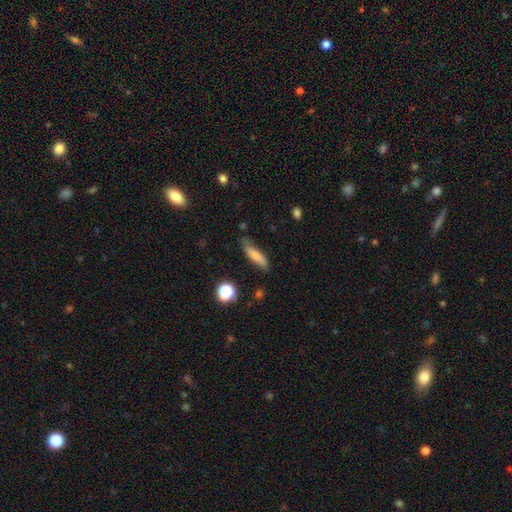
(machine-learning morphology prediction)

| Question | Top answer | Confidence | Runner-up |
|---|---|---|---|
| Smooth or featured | smooth | 70% | featured or disk (22%) |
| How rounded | cigar-shaped | 71% | in between (26%) |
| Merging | none | 71% | minor disturbance (22%) |